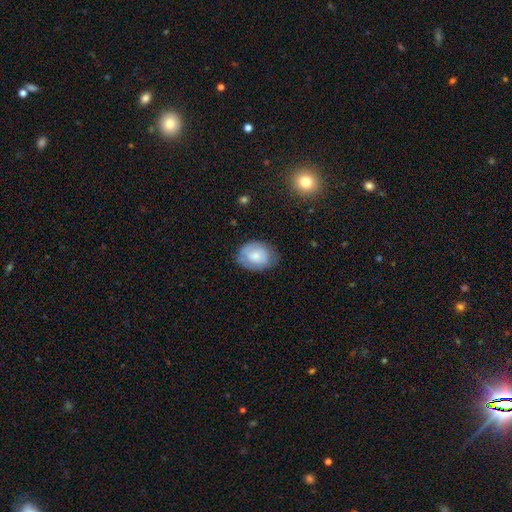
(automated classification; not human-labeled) This appears to be a smooth galaxy with no disk features (68%) that is in between round and cigar-shaped (67%). Merging: none (68%).